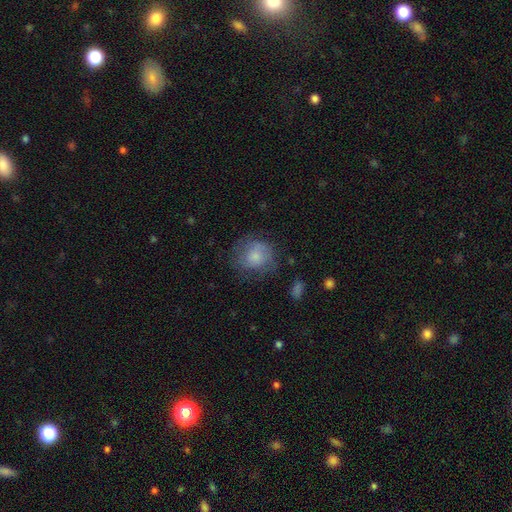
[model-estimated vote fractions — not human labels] Overall: smooth (69%). How rounded: round (78%). Merging: none (57%; minor disturbance 26%).